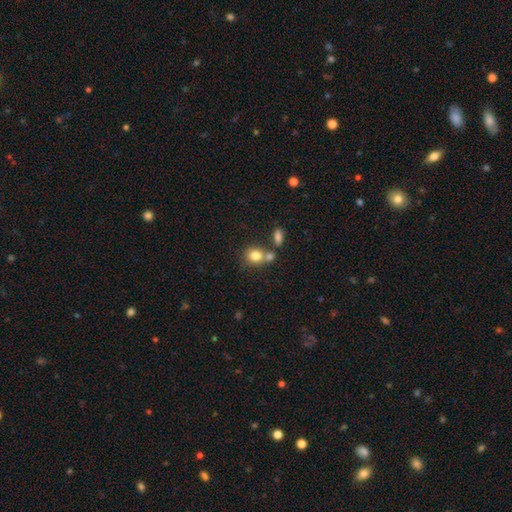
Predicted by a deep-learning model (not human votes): This is clearly a smooth galaxy (81%). How rounded: likely round (71%). Merging: possibly none (48%).